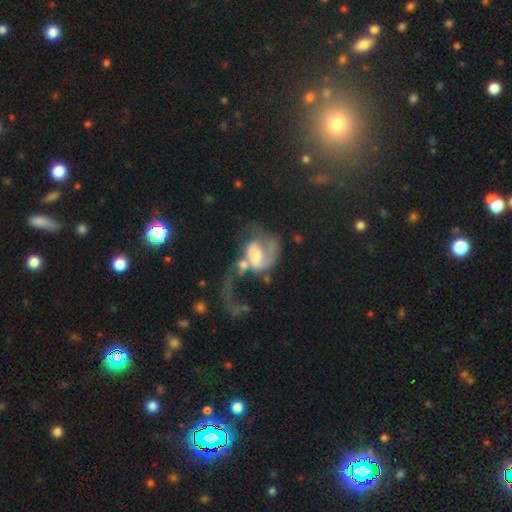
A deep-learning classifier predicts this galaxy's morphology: The model was most divided on "merging": merger: 40%, major disturbance: 38%, none: 15%, minor disturbance: 8%. Remaining: edge-on disk — no (97%); spiral arms — yes (81%); smooth or featured — featured or disk (70%); bar — no (59%); spiral winding — loose (56%); bulge size — moderate (46%); spiral arm count — 1 (46%).